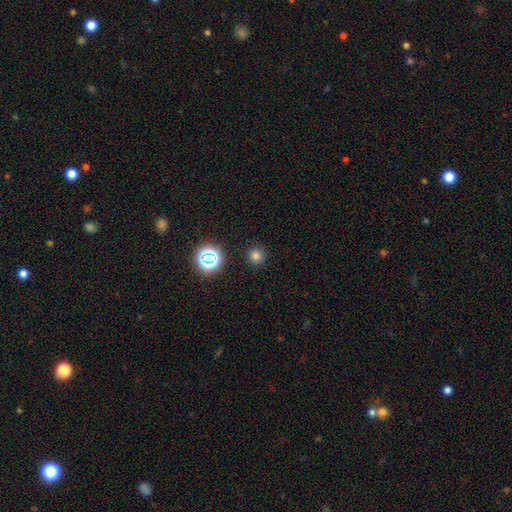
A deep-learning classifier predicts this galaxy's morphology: smooth 74%, star or artifact 21%, featured or disk 5%. Down the decision tree: how rounded — round (94%); merging — none (90%).